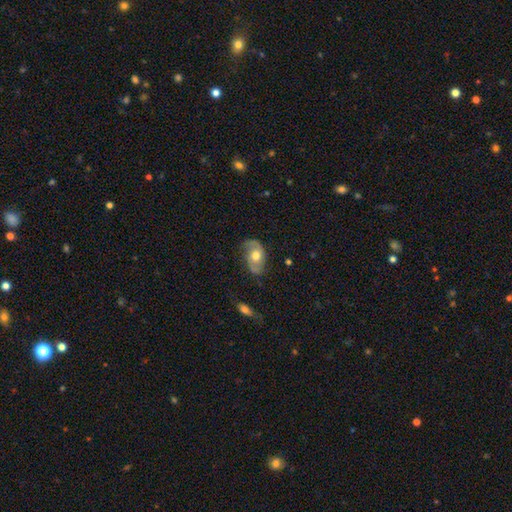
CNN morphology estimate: Smooth or featured: featured or disk — 64% (smooth — 30%)
Edge-on disk: no — 94% (yes — 6%)
Bar: no — 73% (weak — 22%)
Spiral arms: yes — 82% (no — 18%)
Bulge size: moderate — 72% (large — 17%)
Merging: none — 68% (minor disturbance — 22%)